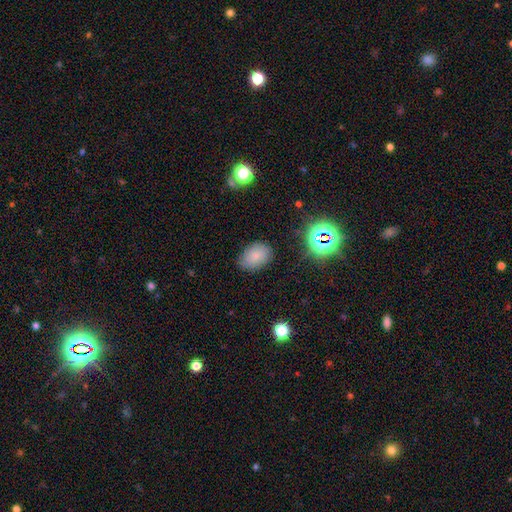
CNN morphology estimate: Q: Smooth or featured?
A: smooth (75%); runner-up: star or artifact (14%)
Q: How rounded?
A: in between (80%); runner-up: round (19%)
Q: Merging?
A: none (76%); runner-up: minor disturbance (18%)